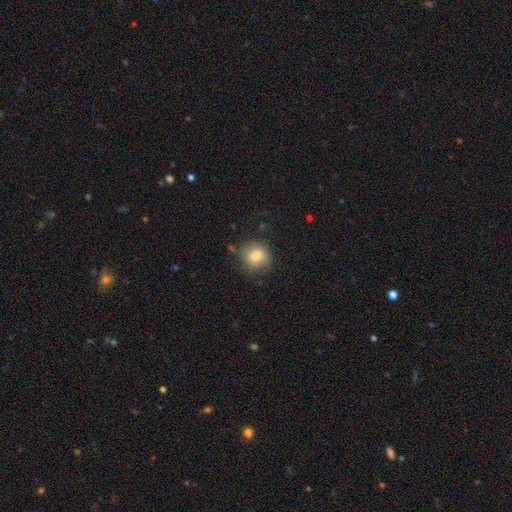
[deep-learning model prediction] Smooth or featured: smooth — 79% (featured or disk — 12%)
How rounded: round — 76% (in between — 23%)
Merging: none — 75% (minor disturbance — 17%)